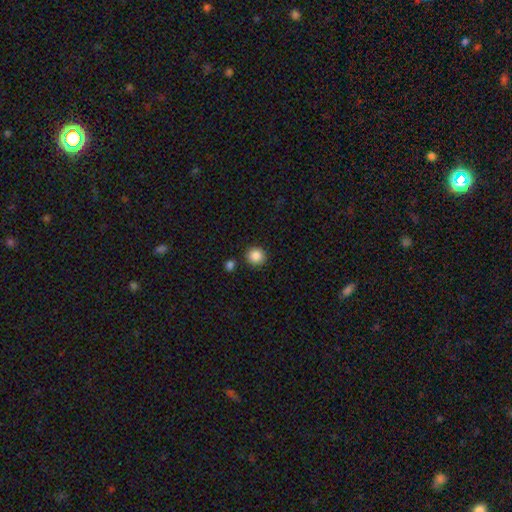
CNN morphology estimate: Q: Smooth or featured?
A: smooth (88%); runner-up: star or artifact (9%)
Q: How rounded?
A: round (91%); runner-up: in between (8%)
Q: Merging?
A: none (87%); runner-up: minor disturbance (7%)